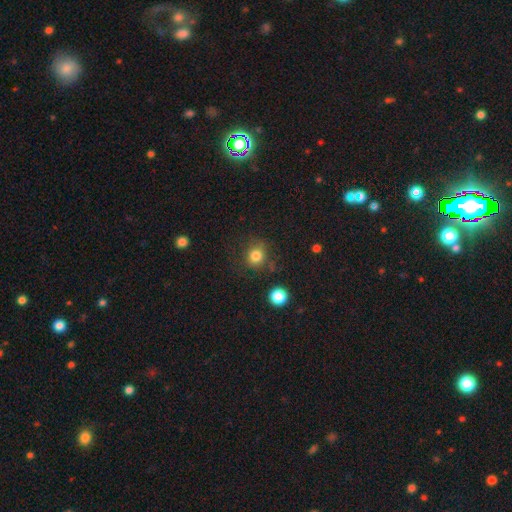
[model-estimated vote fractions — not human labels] smooth_or_featured: smooth (p=0.80) [alt: star or artifact p=0.13]
how_rounded: round (p=0.81) [alt: in between p=0.18]
merging: none (p=0.75) [alt: minor disturbance p=0.15]